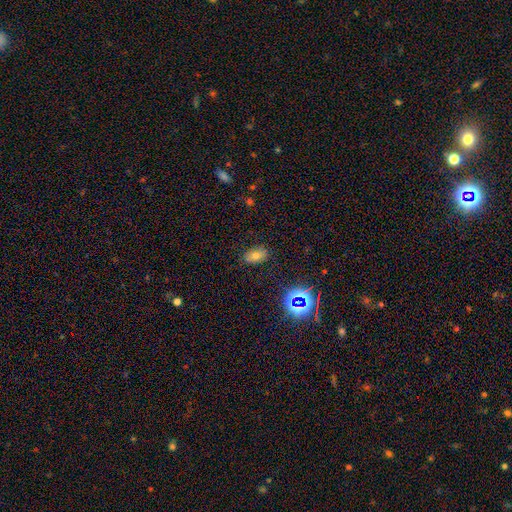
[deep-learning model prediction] Morphology: type=smooth (64%); roundness=in between (87%); merging=none (84%).